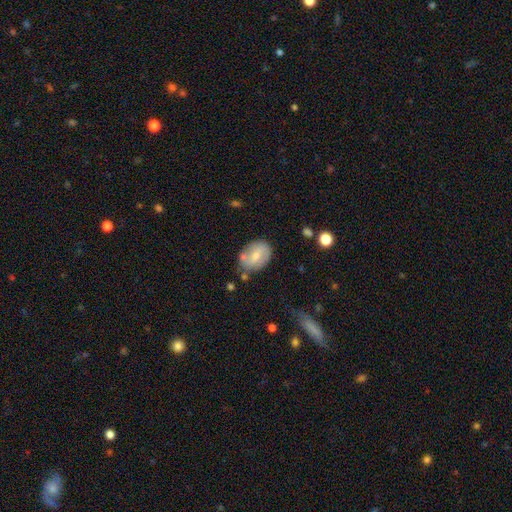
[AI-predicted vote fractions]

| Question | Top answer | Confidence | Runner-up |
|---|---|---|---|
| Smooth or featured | smooth | 52% | featured or disk (41%) |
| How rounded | in between | 72% | round (27%) |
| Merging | none | 68% | minor disturbance (20%) |